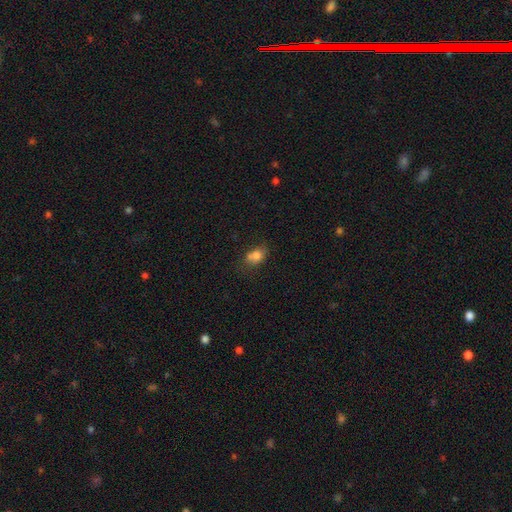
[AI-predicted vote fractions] Morphology: type=smooth (77%); roundness=in between (70%); merging=none (47%).